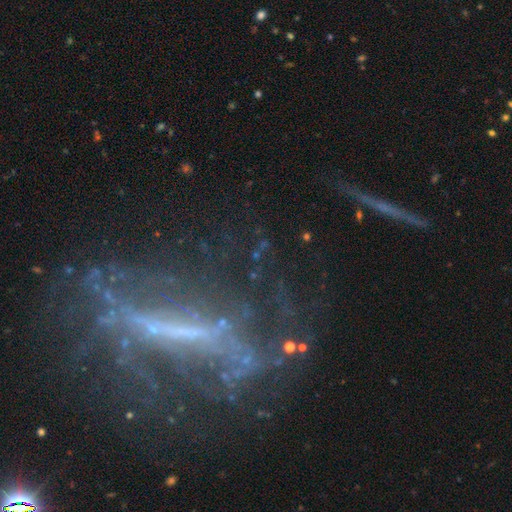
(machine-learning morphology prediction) Smooth or featured? featured or disk (71%)
Edge-on disk? no (68%)
Merging? none (54%)